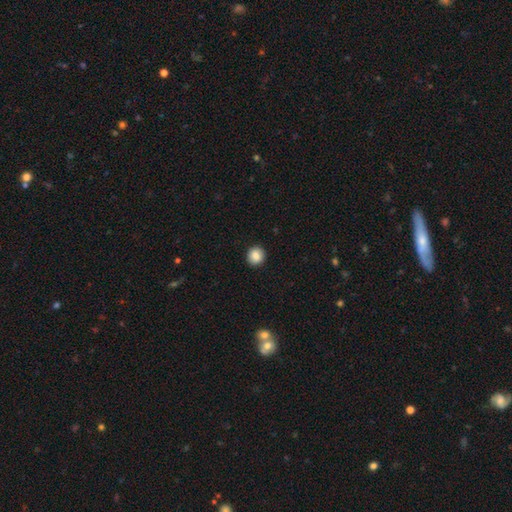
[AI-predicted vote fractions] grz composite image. It shows a smooth galaxy with no disk features (87%) that is round (90%). Merging: none (91%).